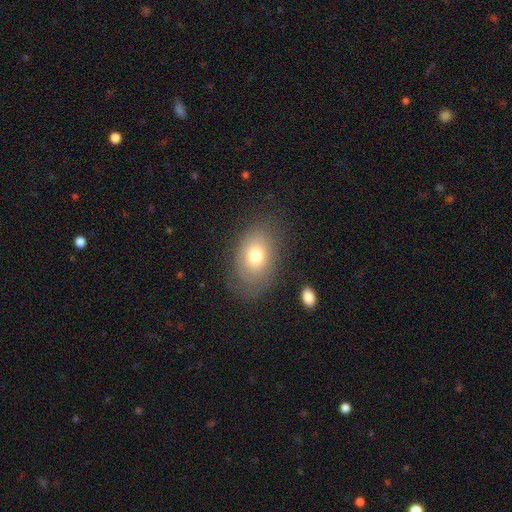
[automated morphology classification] smooth-or-featured: smooth: 67% | featured or disk: 23% | star or artifact: 10%
  how-rounded: in between: 81% | round: 18% | cigar-shaped: 1%
  merging: none: 73% | minor disturbance: 17% | major disturbance: 8% | merger: 2%